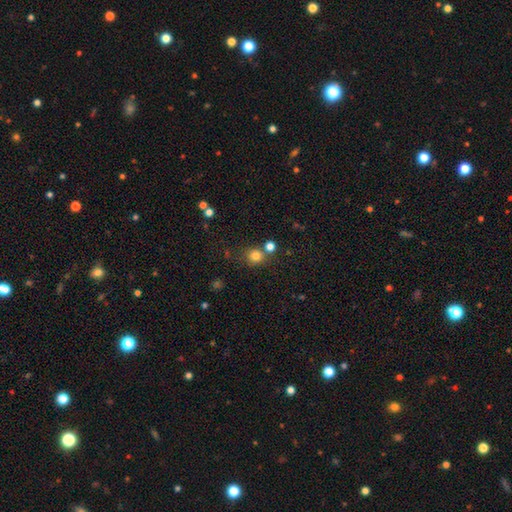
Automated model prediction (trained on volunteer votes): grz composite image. It shows a smooth galaxy with no disk features (80%) that is round (87%). Merging: none (67%).